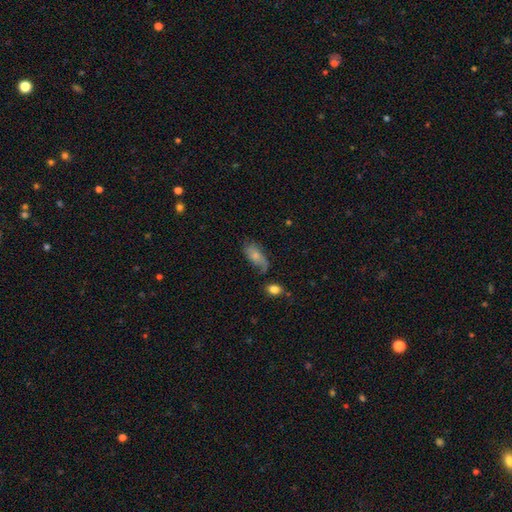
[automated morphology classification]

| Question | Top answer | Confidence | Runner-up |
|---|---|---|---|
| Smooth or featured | smooth | 63% | featured or disk (29%) |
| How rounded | in between | 89% | cigar-shaped (8%) |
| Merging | none | 46% | minor disturbance (32%) |